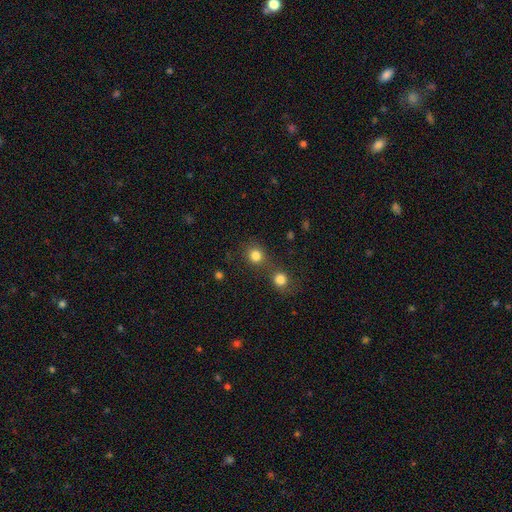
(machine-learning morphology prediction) smooth_or_featured: smooth (p=0.82) [alt: star or artifact p=0.13]
how_rounded: round (p=0.89) [alt: in between p=0.10]
merging: none (p=0.60) [alt: merger p=0.28]